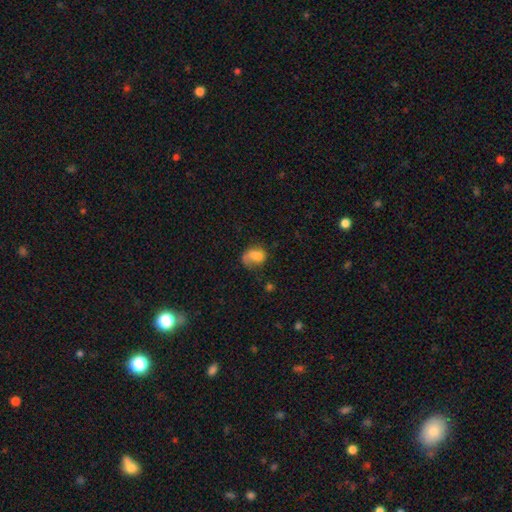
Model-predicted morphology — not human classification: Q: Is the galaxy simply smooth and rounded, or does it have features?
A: smooth — 67%.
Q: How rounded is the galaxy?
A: in between — 72%.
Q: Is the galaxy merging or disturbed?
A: none — 34%, tied with major disturbance.